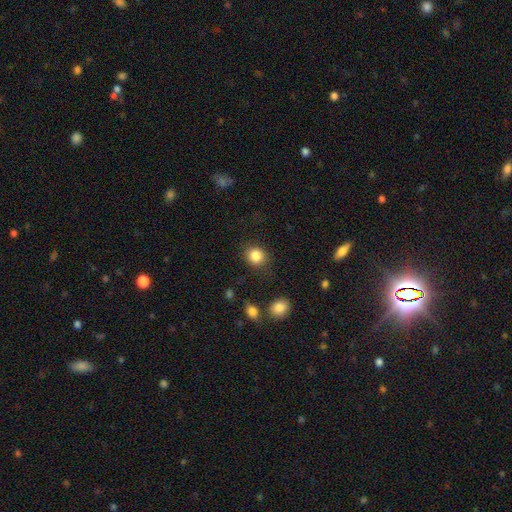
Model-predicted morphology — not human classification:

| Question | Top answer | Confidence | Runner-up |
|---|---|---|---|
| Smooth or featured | smooth | 85% | star or artifact (10%) |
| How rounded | round | 78% | in between (21%) |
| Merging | none | 83% | minor disturbance (11%) |